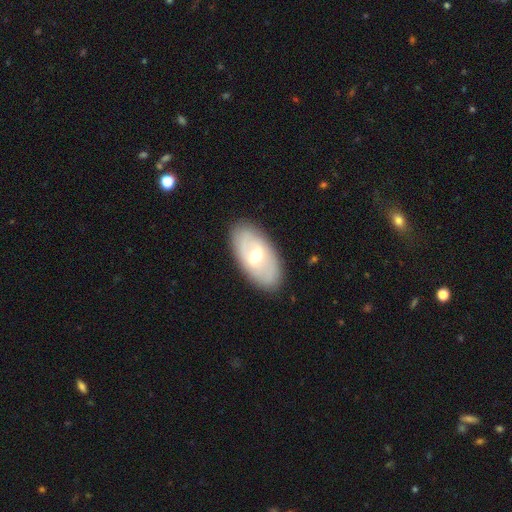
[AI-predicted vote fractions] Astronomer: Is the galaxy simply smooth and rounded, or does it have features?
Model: featured or disk — 52% (runner-up: smooth, 42%).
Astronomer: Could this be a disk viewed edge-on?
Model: no — 87%.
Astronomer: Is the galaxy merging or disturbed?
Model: none — 85%.